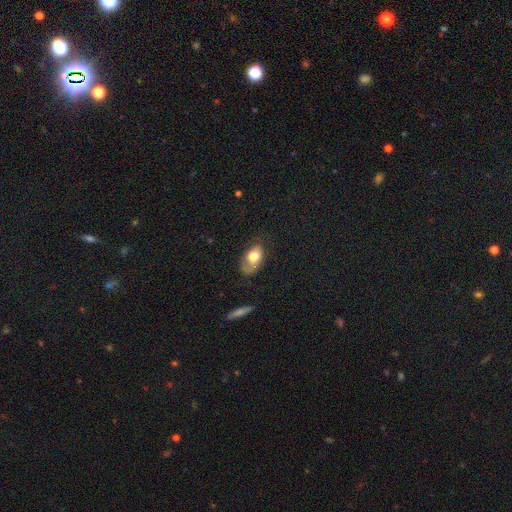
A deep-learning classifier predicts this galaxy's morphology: Overall: smooth (67%). How rounded: in between (89%). Merging: none (39%; minor disturbance 31%).